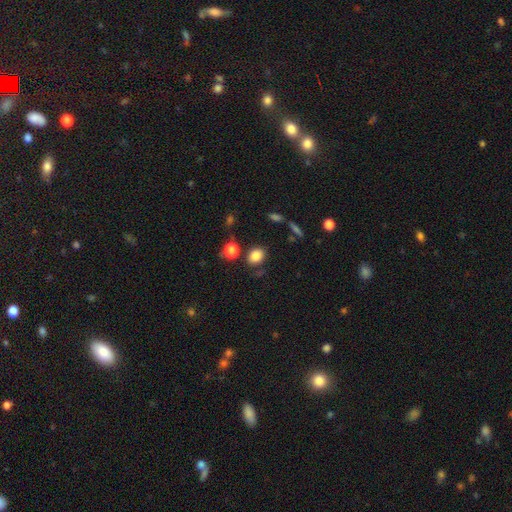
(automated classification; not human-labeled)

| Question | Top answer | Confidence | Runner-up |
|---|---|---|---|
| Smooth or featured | smooth | 83% | star or artifact (11%) |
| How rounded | in between | 55% | round (43%) |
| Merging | none | 78% | minor disturbance (12%) |